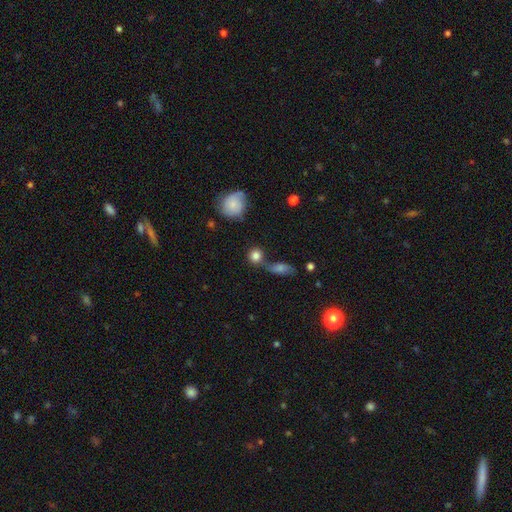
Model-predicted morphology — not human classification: A smooth galaxy with no disk features (82%) that is round (86%). Merging: none (56%).